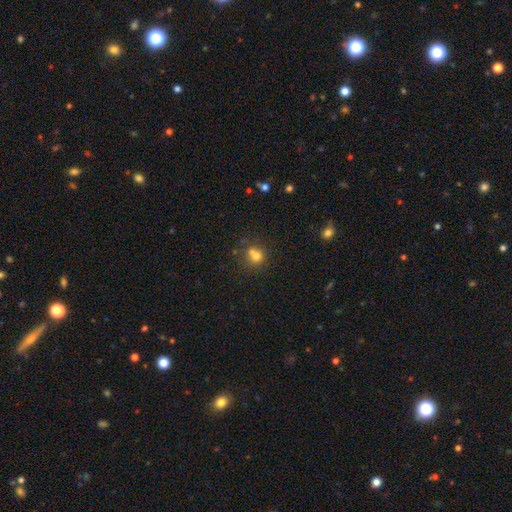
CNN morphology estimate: smooth_or_featured: smooth (p=0.71) [alt: featured or disk p=0.15]
how_rounded: round (p=0.80) [alt: in between p=0.19]
merging: merger (p=0.45) [alt: none p=0.42]